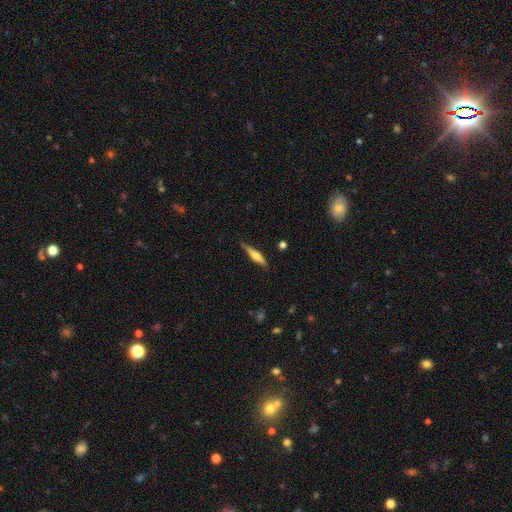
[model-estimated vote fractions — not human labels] Q: Smooth or featured?
A: featured or disk (52%); runner-up: smooth (42%)
Q: Edge-on disk?
A: yes (95%); runner-up: no (5%)
Q: Merging?
A: none (80%); runner-up: minor disturbance (16%)